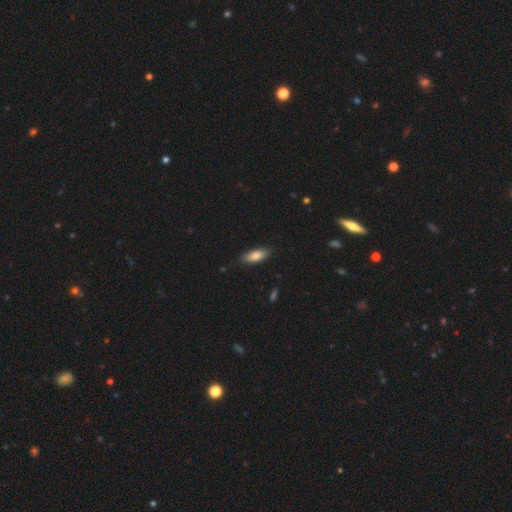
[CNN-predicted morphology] Q: Smooth or featured?
A: smooth (80%); runner-up: featured or disk (14%)
Q: How rounded?
A: in between (69%); runner-up: cigar-shaped (29%)
Q: Merging?
A: none (85%); runner-up: minor disturbance (11%)